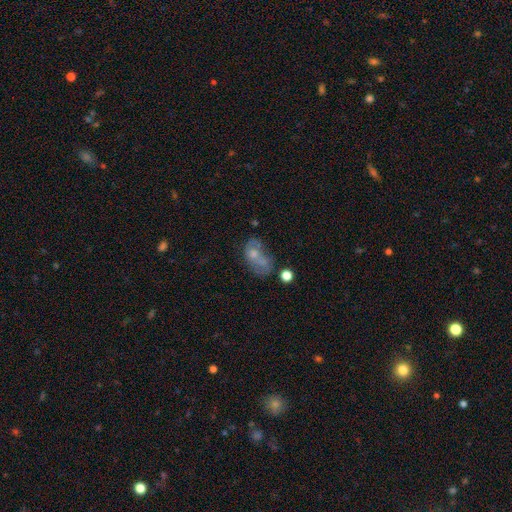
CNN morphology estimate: smooth_or_featured: smooth (p=0.46) [alt: featured or disk p=0.41]
merging: none (p=0.31) [alt: major disturbance p=0.24]